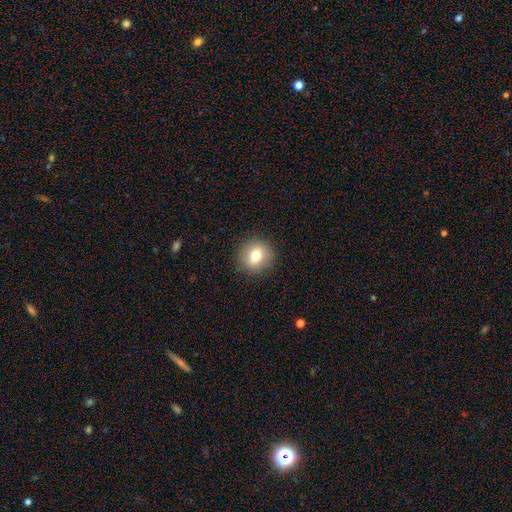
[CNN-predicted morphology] This is likely a smooth galaxy (75%). How rounded: clearly round (86%). Merging: clearly none (89%).